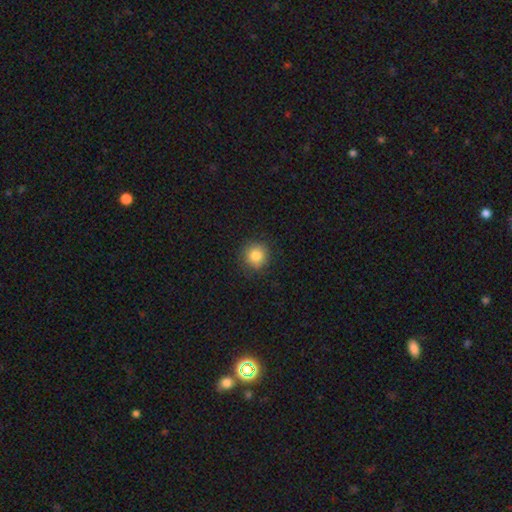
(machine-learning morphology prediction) Smooth or featured?
  - smooth: 83% *
  - star or artifact: 10%
  - featured or disk: 7%
How rounded?
  - round: 93% *
  - in between: 6%
  - cigar-shaped: 1%
Merging?
  - none: 88% *
  - minor disturbance: 9%
  - major disturbance: 3%
  - merger: 1%